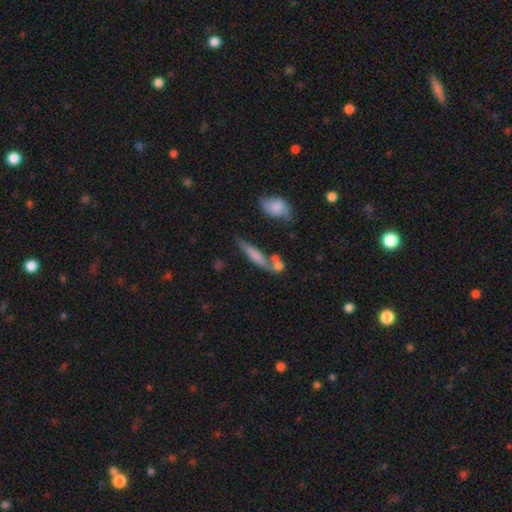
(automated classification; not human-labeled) The model was most divided on "smooth or featured": smooth: 62%, featured or disk: 31%, star or artifact: 8%. More confident: how rounded — cigar-shaped (81%); merging — none (54%).